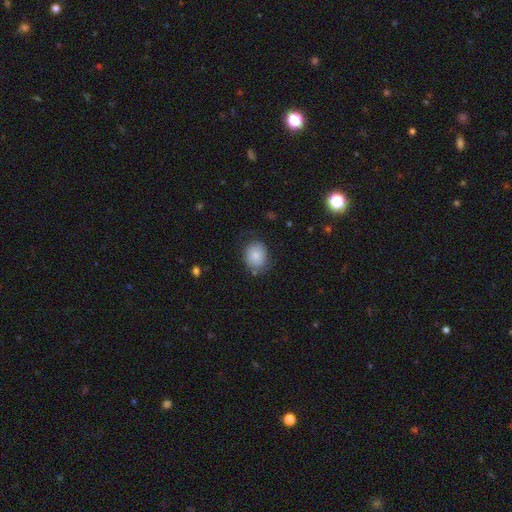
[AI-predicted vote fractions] The model was most divided on "how rounded": round: 54%, in between: 45%, cigar-shaped: 1%. More confident: smooth or featured — smooth (81%); merging — none (68%).